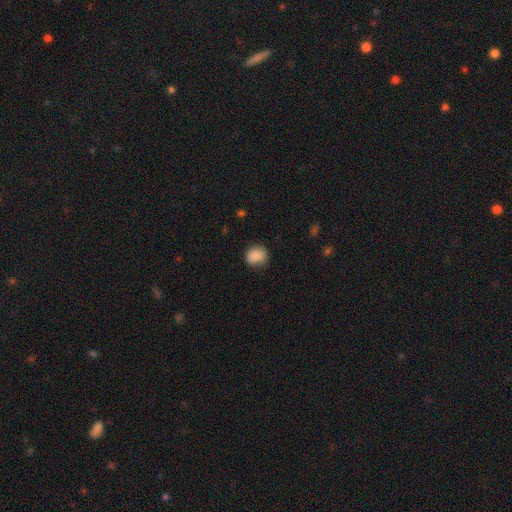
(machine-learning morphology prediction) A smooth galaxy with no disk features (88%) that is round (70%). Merging: none (81%).